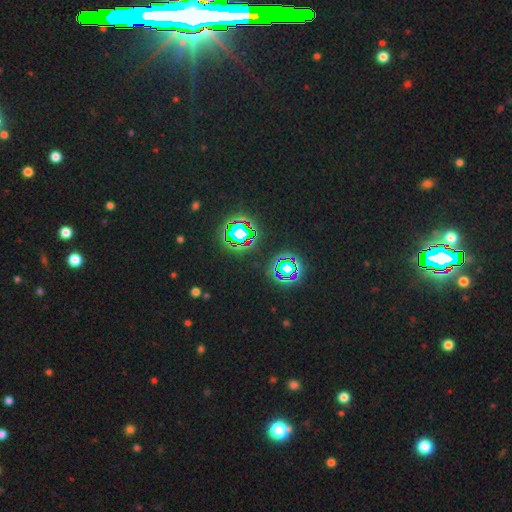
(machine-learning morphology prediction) smooth-or-featured: star or artifact: 81% | smooth: 12% | featured or disk: 7%